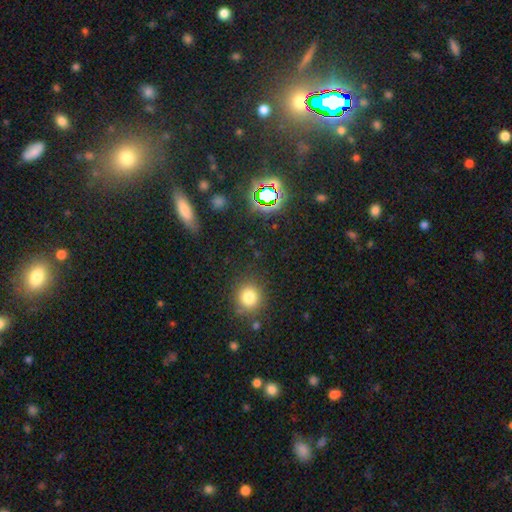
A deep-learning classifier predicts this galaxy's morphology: This appears to be a smooth galaxy with no disk features (49%). Merging: none (86%).